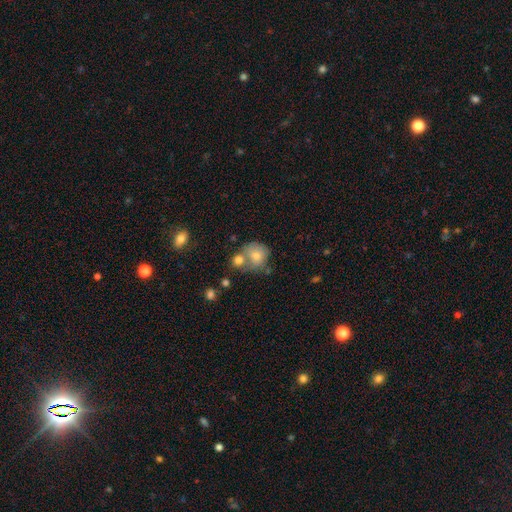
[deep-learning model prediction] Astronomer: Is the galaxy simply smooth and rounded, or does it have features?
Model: smooth — 73%.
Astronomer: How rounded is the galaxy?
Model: round — 75%.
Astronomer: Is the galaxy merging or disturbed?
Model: merger — 42% (runner-up: none, 36%).